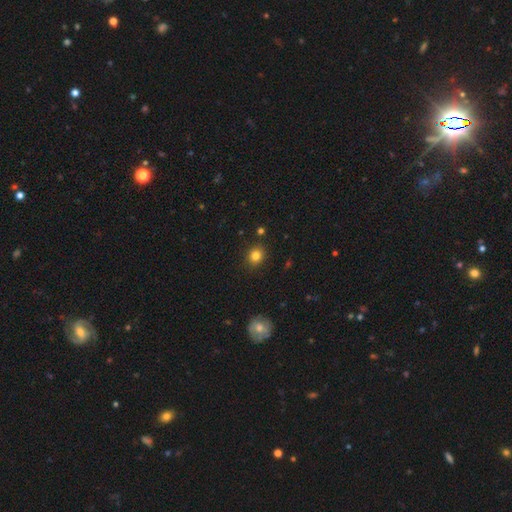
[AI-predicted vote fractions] smooth_or_featured: smooth (p=0.81) [alt: star or artifact p=0.13]
how_rounded: round (p=0.76) [alt: in between p=0.23]
merging: none (p=0.89) [alt: minor disturbance p=0.07]